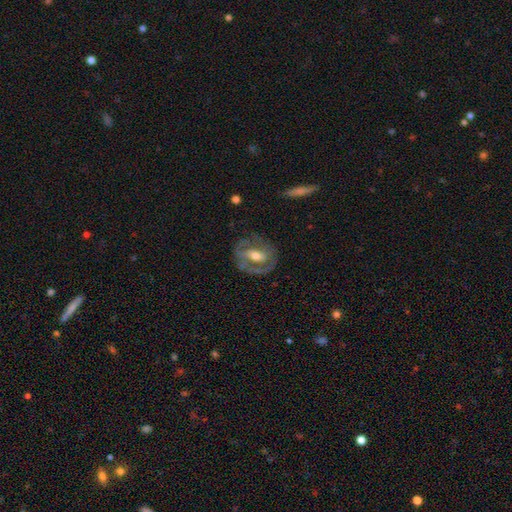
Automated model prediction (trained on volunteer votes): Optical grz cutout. It shows a featured or disk galaxy (71%) with a strong bar (34%), spiral arms (56%) and a moderate central bulge (62%). Merging: none (69%).